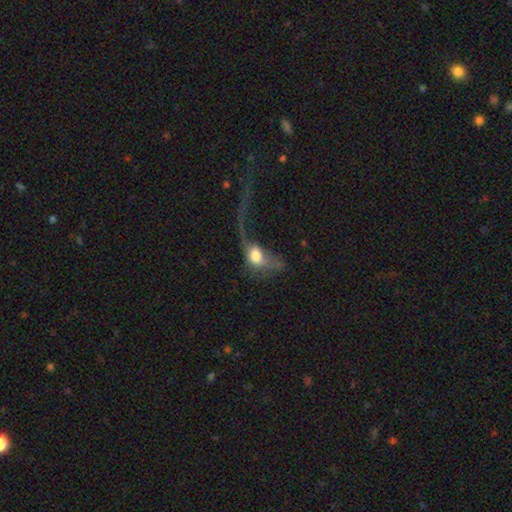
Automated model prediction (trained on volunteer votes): Smooth or featured?
  - smooth: 55% *
  - featured or disk: 36%
  - star or artifact: 9%
How rounded?
  - in between: 71% *
  - round: 24%
  - cigar-shaped: 4%
Merging?
  - major disturbance: 72% *
  - none: 12%
  - minor disturbance: 9%
  - merger: 6%